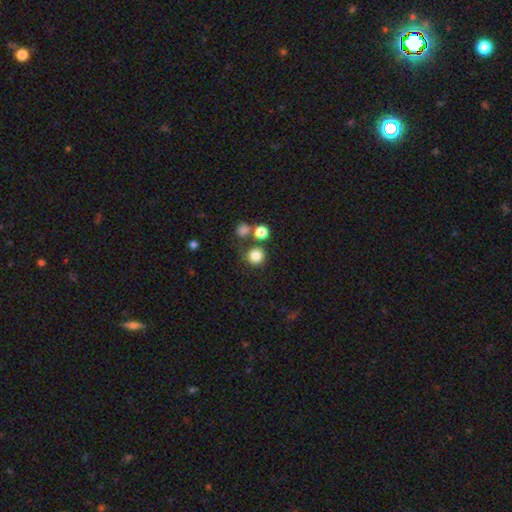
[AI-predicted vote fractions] Overall: smooth (82%). How rounded: round (93%). Merging: none (70%).